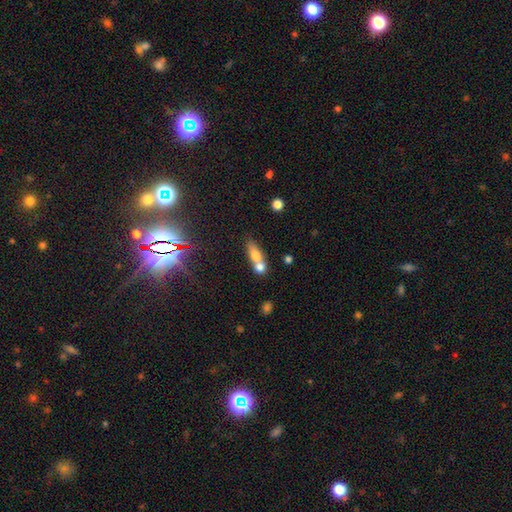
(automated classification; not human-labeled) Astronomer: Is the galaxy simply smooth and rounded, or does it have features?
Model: smooth — 66%.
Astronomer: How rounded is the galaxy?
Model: in between — 53%.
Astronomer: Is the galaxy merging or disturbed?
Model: merger — 60%.